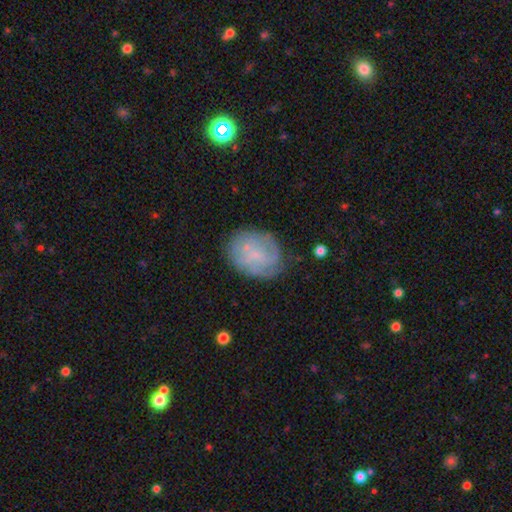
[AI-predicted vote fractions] Smooth or featured? Predicted: featured or disk (p=0.56). Edge-on disk? Predicted: no (p=0.98). Bar? Predicted: no (p=0.63). Spiral arms? Predicted: yes (p=0.80). Bulge size? Predicted: small (p=0.60). Merging? Predicted: none (p=0.70).